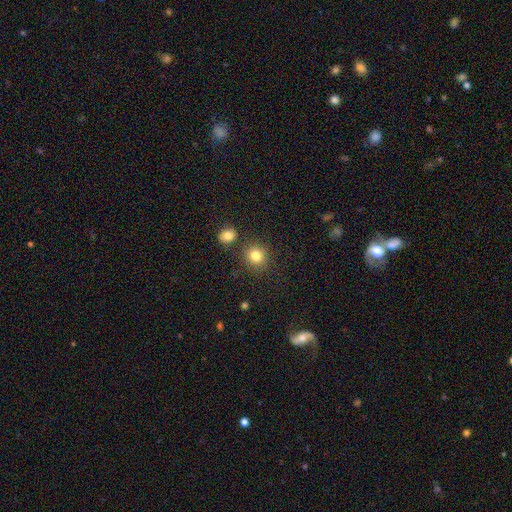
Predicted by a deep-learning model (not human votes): Smooth or featured? smooth (82%)
How rounded? round (88%)
Merging? none (81%)